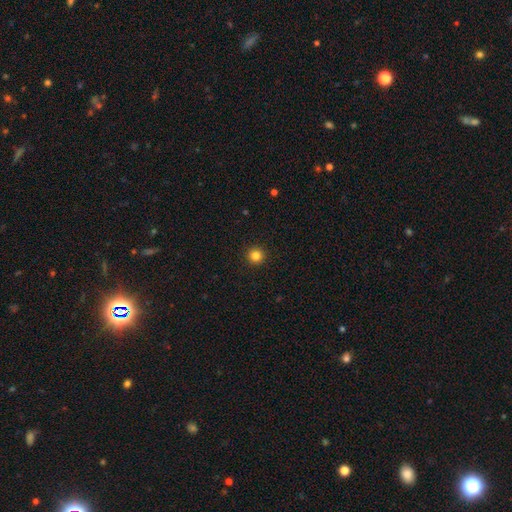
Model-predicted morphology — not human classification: This appears to be a smooth galaxy with no disk features (83%) that is round (96%). Merging: none (93%).